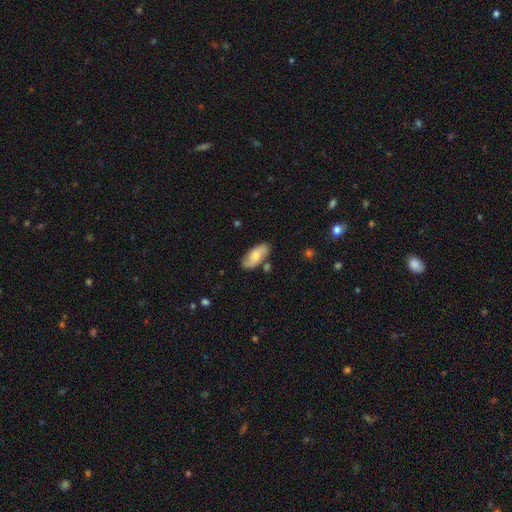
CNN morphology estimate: This appears to be a smooth galaxy with no disk features (60%) that is in between round and cigar-shaped (90%). Merging: none (77%).